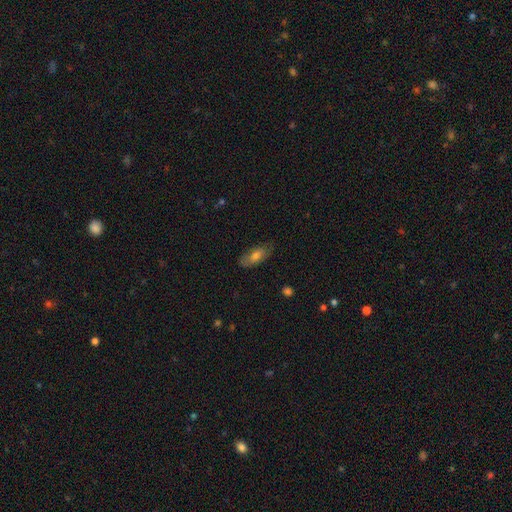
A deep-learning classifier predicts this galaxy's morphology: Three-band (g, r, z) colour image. It shows a smooth galaxy with no disk features (67%) that is in between round and cigar-shaped (81%). Merging: none (78%).